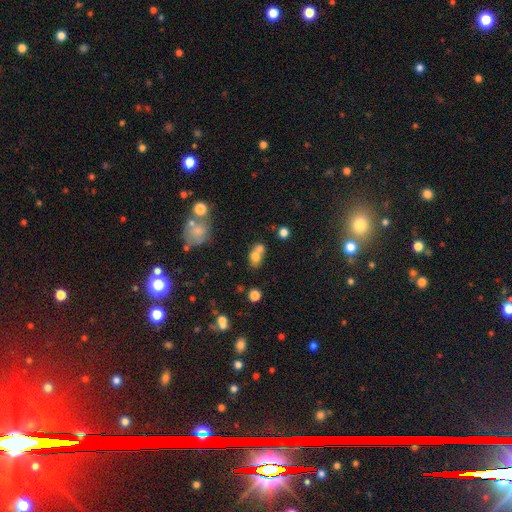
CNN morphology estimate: The model was most divided on "how rounded": in between: 59%, round: 38%, cigar-shaped: 2%. More confident: smooth or featured — smooth (72%); merging — merger (56%).